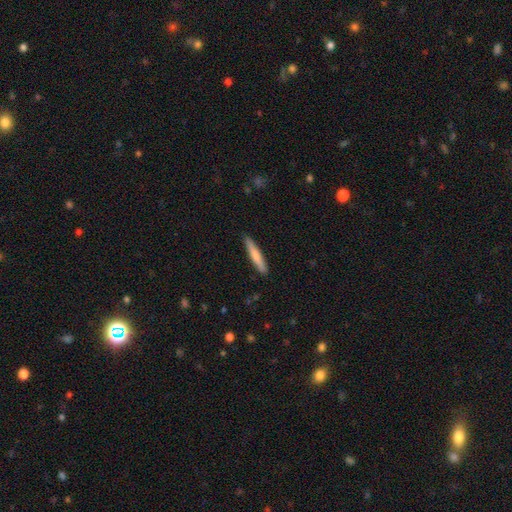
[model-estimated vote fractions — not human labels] smooth-or-featured: smooth: 73% | featured or disk: 22% | star or artifact: 5%
  how-rounded: cigar-shaped: 92% | in between: 6% | round: 1%
  merging: none: 90% | minor disturbance: 8% | major disturbance: 1% | merger: 1%